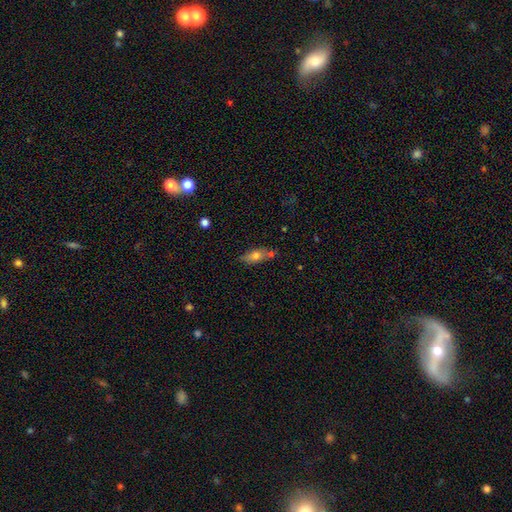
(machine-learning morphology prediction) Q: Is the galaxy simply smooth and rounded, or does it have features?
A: smooth — 67%.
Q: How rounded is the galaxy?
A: in between — 75%.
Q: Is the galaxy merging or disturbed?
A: none — 64%.